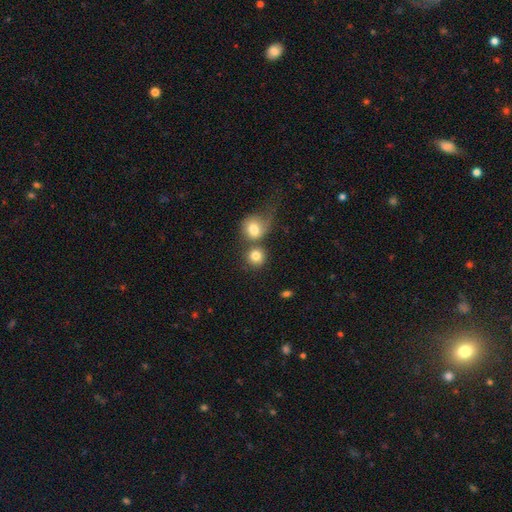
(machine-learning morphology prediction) Overall: smooth (81%). How rounded: round (86%). Merging: none (45%; merger 41%).